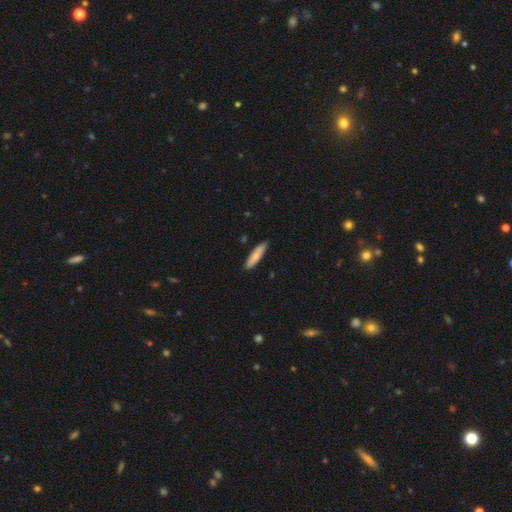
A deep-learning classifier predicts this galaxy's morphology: Smooth or featured? Predicted: smooth (p=0.81). How rounded? Predicted: cigar-shaped (p=0.79). Merging? Predicted: none (p=0.88).